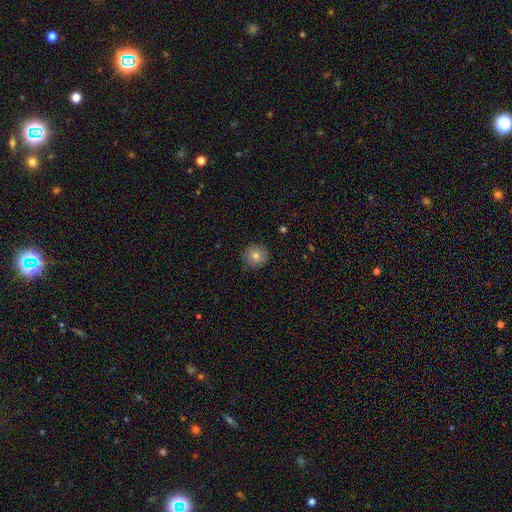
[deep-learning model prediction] smooth_or_featured: smooth (p=0.79) [alt: featured or disk p=0.12]
how_rounded: round (p=0.85) [alt: in between p=0.14]
merging: none (p=0.88) [alt: minor disturbance p=0.09]